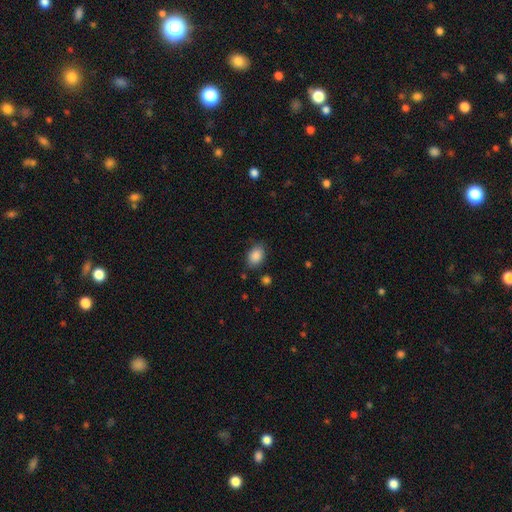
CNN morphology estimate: Smooth or featured? Predicted: smooth (p=0.88). How rounded? Predicted: in between (p=0.78). Merging? Predicted: none (p=0.79).